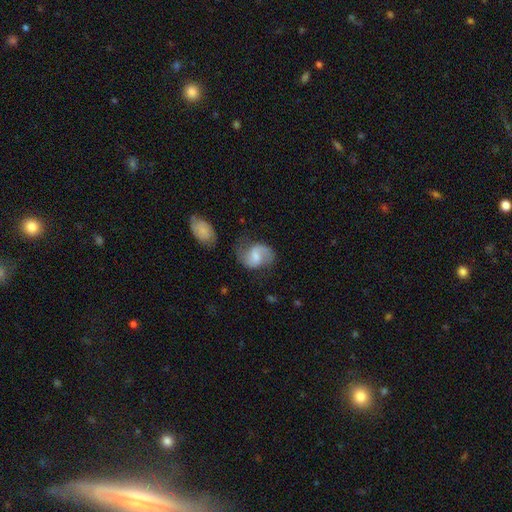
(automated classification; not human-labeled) featured or disk 67%, smooth 26%, star or artifact 7%. Down the decision tree: edge-on disk — no (97%); bar — weak (55%); spiral arms — yes (92%); spiral arm count — 2 (85%); spiral winding — medium (46%); bulge size — small (36%, tied with moderate); merging — none (59%).